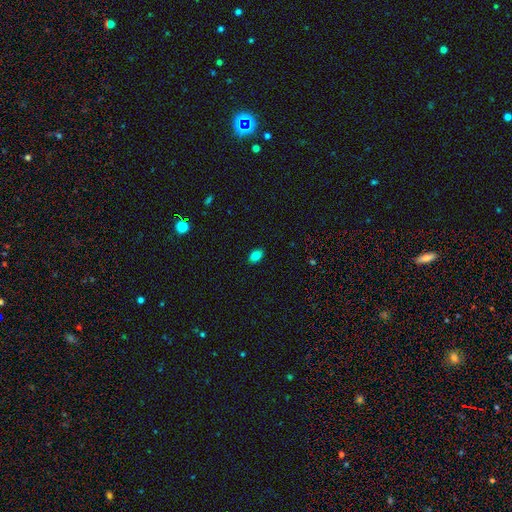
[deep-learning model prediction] Overall: smooth (84%). How rounded: in between (84%). Merging: none (89%).